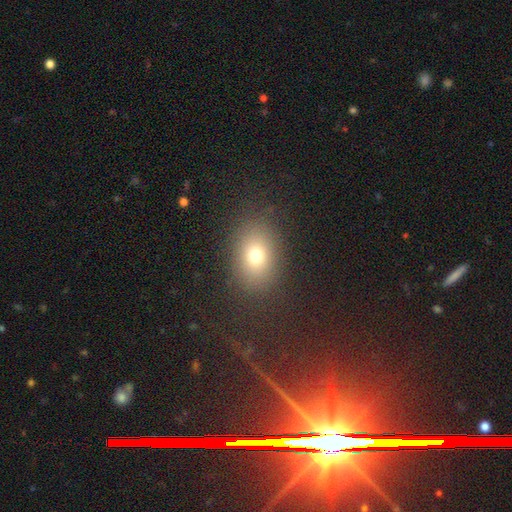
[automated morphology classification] A smooth galaxy with no disk features (74%) that is in between round and cigar-shaped (64%). Merging: none (85%).